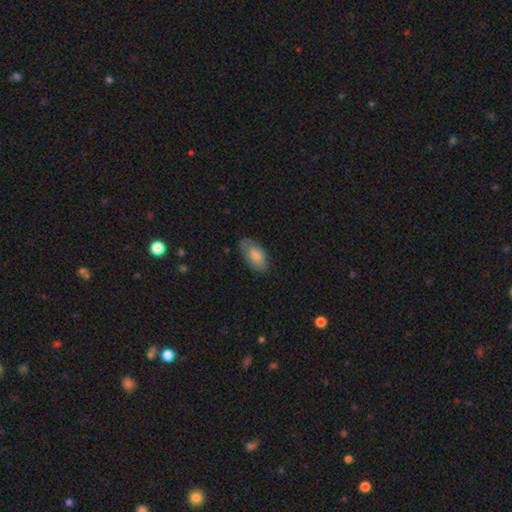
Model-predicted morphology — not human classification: This is likely a smooth galaxy (77%). How rounded: clearly in between (93%). Merging: likely none (65%).